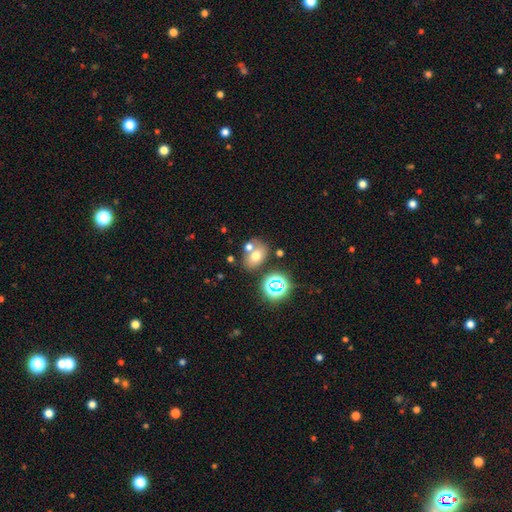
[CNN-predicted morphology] smooth 63%, star or artifact 18%, featured or disk 18%. Down the decision tree: how rounded — in between (66%); merging — none (54%).